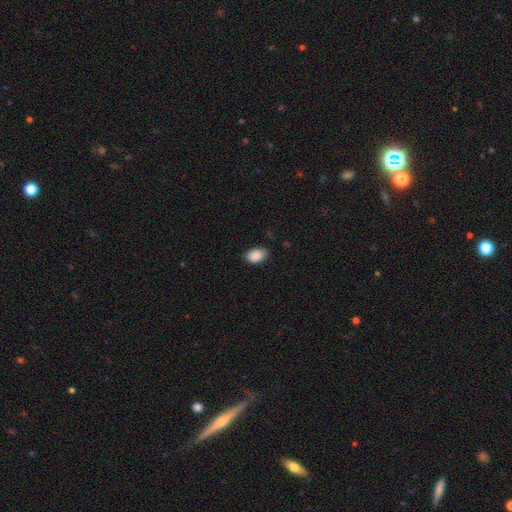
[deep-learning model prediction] The model was most divided on "merging": none: 75%, minor disturbance: 21%, major disturbance: 3%, merger: 1%. More confident: smooth or featured — smooth (89%); how rounded — in between (88%).